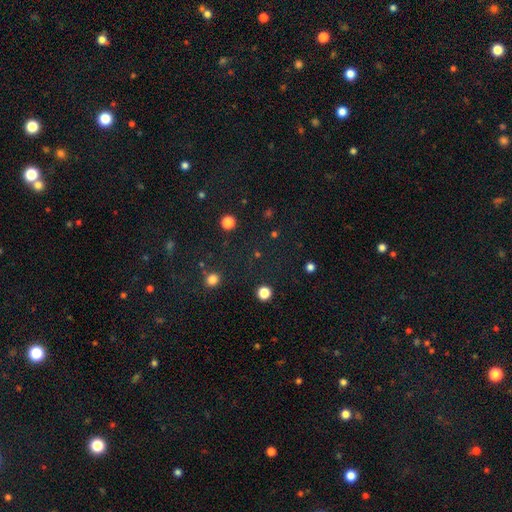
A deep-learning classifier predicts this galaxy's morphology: Smooth or featured?
  - star or artifact: 70% *
  - smooth: 22%
  - featured or disk: 8%